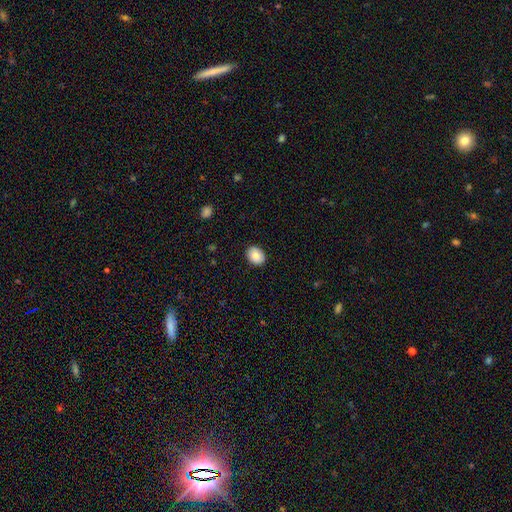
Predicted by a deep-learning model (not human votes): This is clearly a smooth galaxy (86%). How rounded: possibly in between (55%). Merging: clearly none (90%).